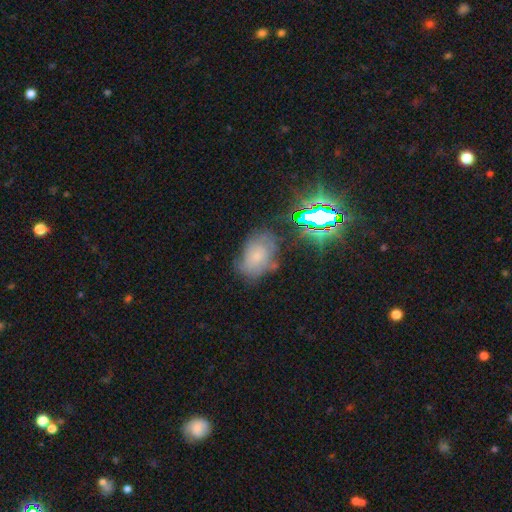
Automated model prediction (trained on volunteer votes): Q: Smooth or featured?
A: smooth (45%); runner-up: featured or disk (30%)
Q: Merging?
A: none (62%); runner-up: minor disturbance (24%)